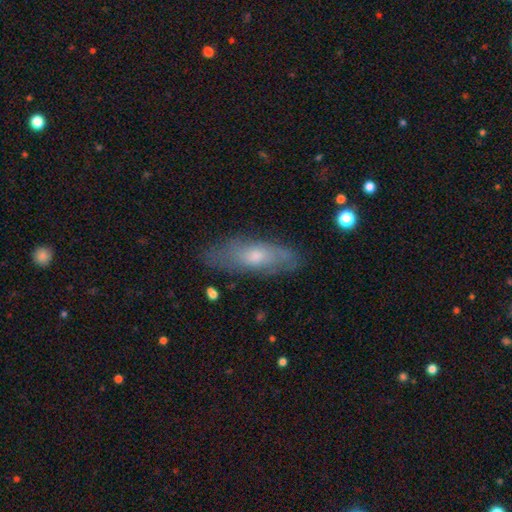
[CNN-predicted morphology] Smooth or featured? smooth (49%)
Merging? none (78%)